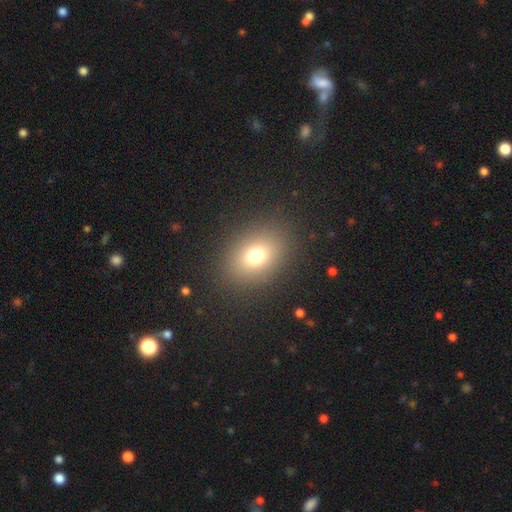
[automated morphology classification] This is likely a smooth galaxy (74%). How rounded: possibly in between (60%). Merging: clearly none (85%).